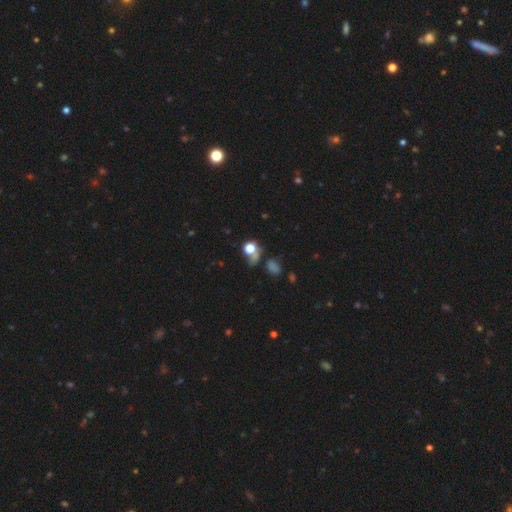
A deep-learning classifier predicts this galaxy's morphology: smooth-or-featured: star or artifact: 44% | smooth: 41% | featured or disk: 15%